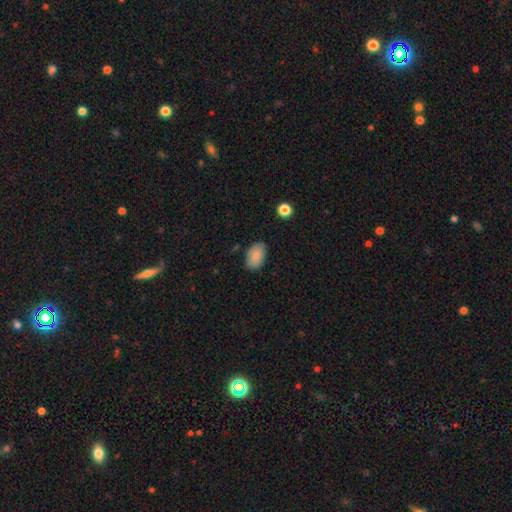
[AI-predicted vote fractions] smooth_or_featured: smooth (p=0.86) [alt: star or artifact p=0.07]
how_rounded: in between (p=0.90) [alt: round p=0.09]
merging: none (p=0.77) [alt: minor disturbance p=0.18]